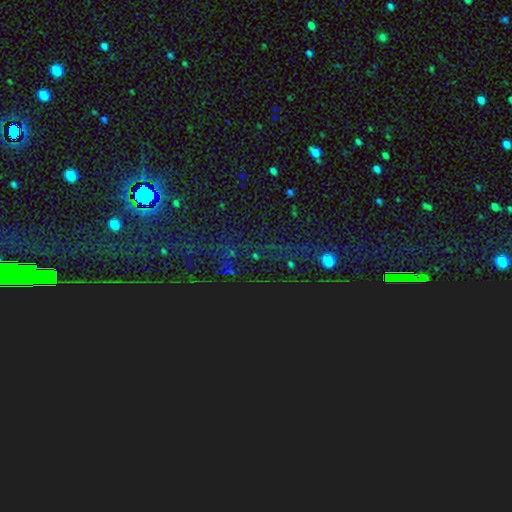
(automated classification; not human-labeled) This is likely a star or artifact rather than a galaxy (78%).